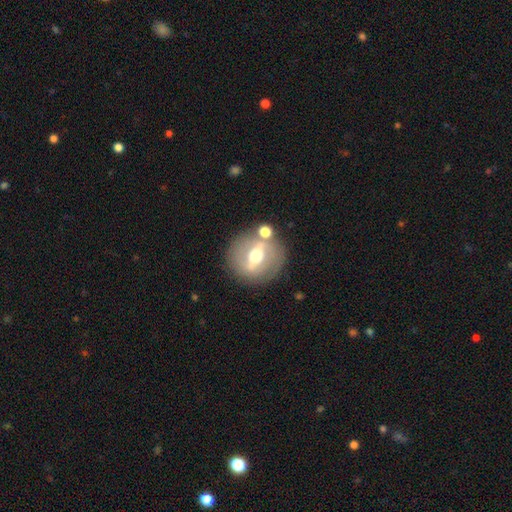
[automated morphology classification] Smooth or featured? Predicted: featured or disk (p=0.64). Edge-on disk? Predicted: no (p=0.80). Bar? Predicted: strong (p=0.55). Spiral arms? Predicted: no (p=0.79). Bulge size? Predicted: moderate (p=0.73). Merging? Predicted: none (p=0.77).